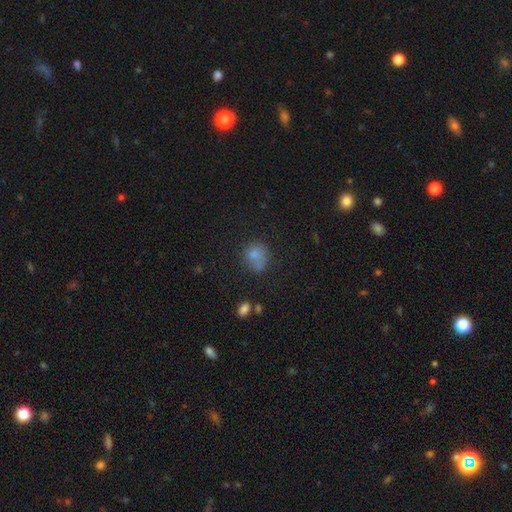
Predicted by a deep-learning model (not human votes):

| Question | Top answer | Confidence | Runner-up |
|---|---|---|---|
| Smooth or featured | smooth | 75% | star or artifact (13%) |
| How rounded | round | 66% | in between (33%) |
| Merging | none | 48% | minor disturbance (25%) |